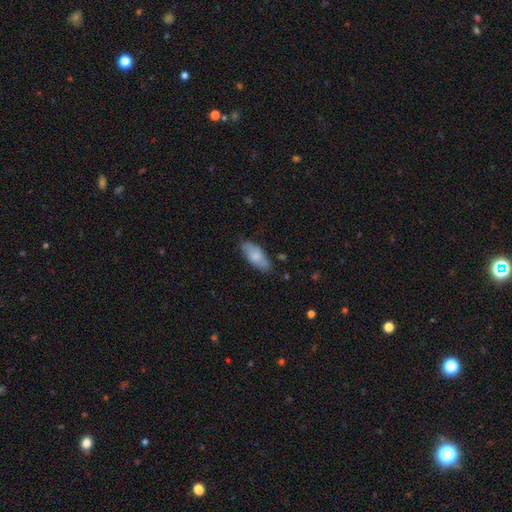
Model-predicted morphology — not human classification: smooth-or-featured: smooth: 79% | featured or disk: 15% | star or artifact: 6%
  how-rounded: in between: 82% | cigar-shaped: 16% | round: 2%
  merging: none: 79% | minor disturbance: 16% | major disturbance: 3% | merger: 1%